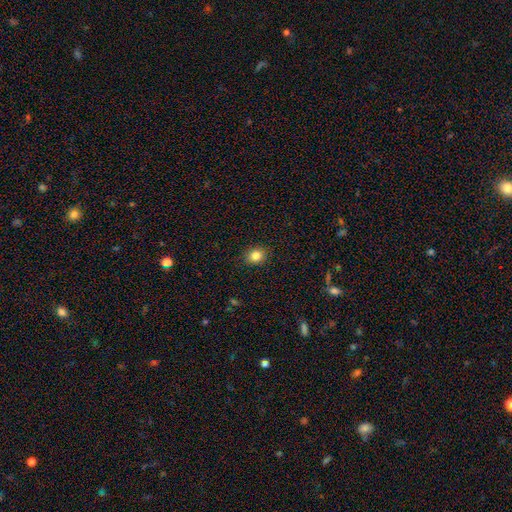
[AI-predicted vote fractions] Morphology: type=smooth (83%); roundness=round (61%); merging=none (89%).